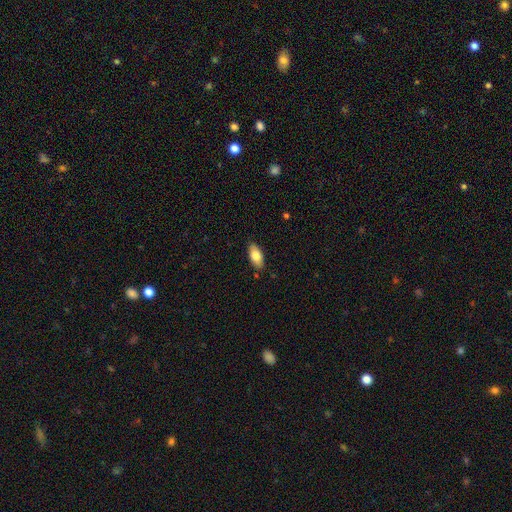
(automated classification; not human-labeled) Q: Smooth or featured?
A: smooth (80%); runner-up: featured or disk (13%)
Q: How rounded?
A: in between (90%); runner-up: cigar-shaped (8%)
Q: Merging?
A: none (86%); runner-up: minor disturbance (11%)